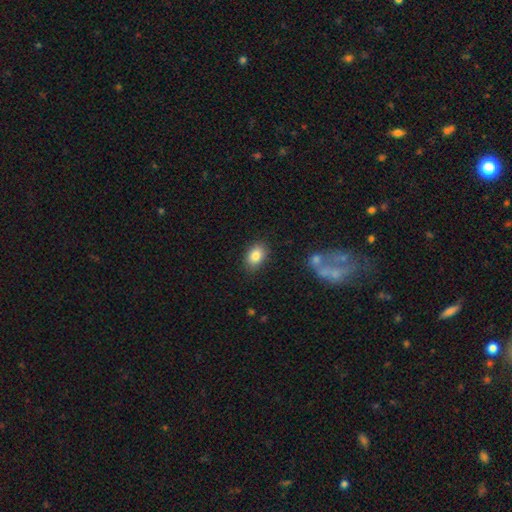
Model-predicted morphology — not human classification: A smooth galaxy with no disk features (84%) that is in between round and cigar-shaped (83%).

Vote fractions:
- Smooth or featured? smooth: 84% / star or artifact: 8% / featured or disk: 8%
- How rounded? in between: 83% / round: 16% / cigar-shaped: 1%
- Merging? none: 84% / minor disturbance: 11% / major disturbance: 3% / merger: 2%